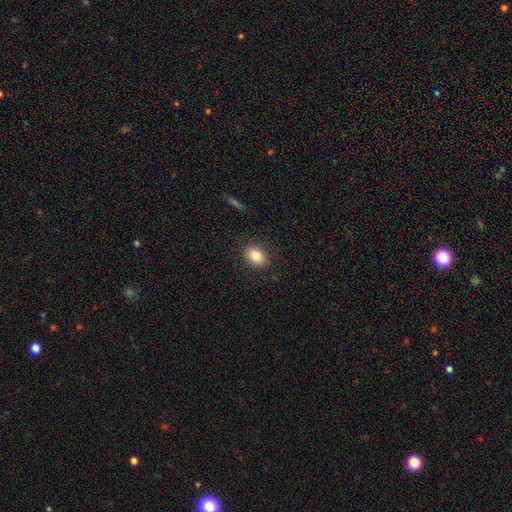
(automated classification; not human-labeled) This appears to be a smooth galaxy with no disk features (85%) that is in between round and cigar-shaped (70%). Merging: none (87%).